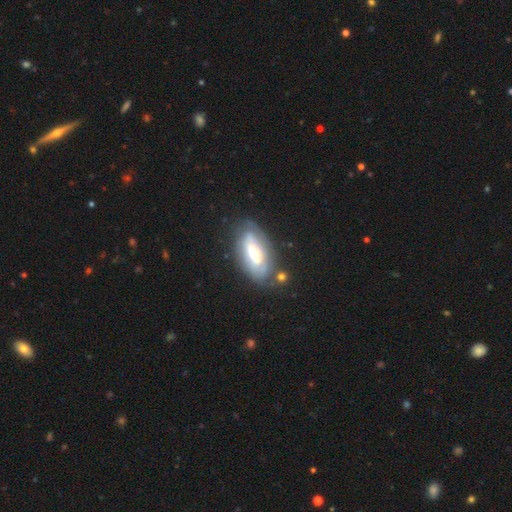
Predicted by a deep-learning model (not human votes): featured or disk 62%, smooth 31%, star or artifact 7%. Down the decision tree: edge-on disk — no (80%); merging — none (71%).